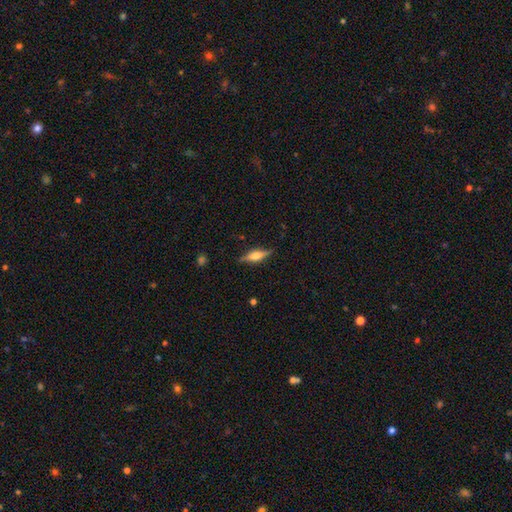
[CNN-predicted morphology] smooth_or_featured: featured or disk (p=0.60) [alt: smooth p=0.33]
disk_edge_on: yes (p=0.95) [alt: no p=0.05]
edge_on_bulge: rounded (p=0.80) [alt: boxy p=0.17]
merging: none (p=0.84) [alt: minor disturbance p=0.12]